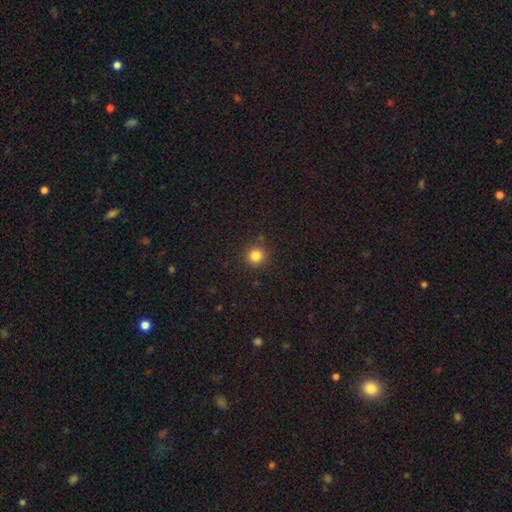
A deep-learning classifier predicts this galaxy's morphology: A smooth galaxy with no disk features (83%) that is round (94%).

Vote fractions:
- Smooth or featured? smooth: 83% / star or artifact: 12% / featured or disk: 4%
- How rounded? round: 94% / in between: 5% / cigar-shaped: 1%
- Merging? none: 89% / minor disturbance: 7% / major disturbance: 2% / merger: 2%